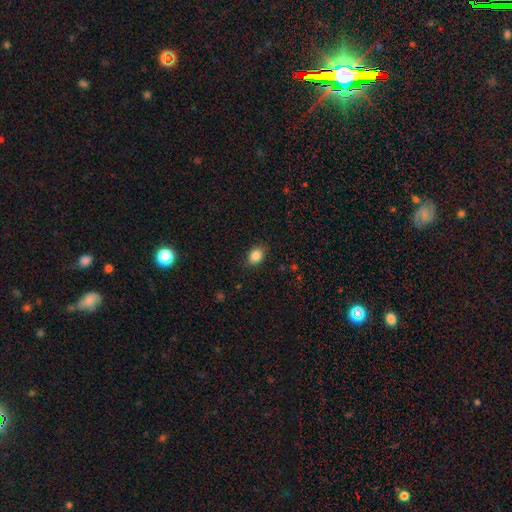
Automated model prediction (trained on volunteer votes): smooth 87%, star or artifact 9%, featured or disk 4%. Down the decision tree: how rounded — in between (68%); merging — none (85%).